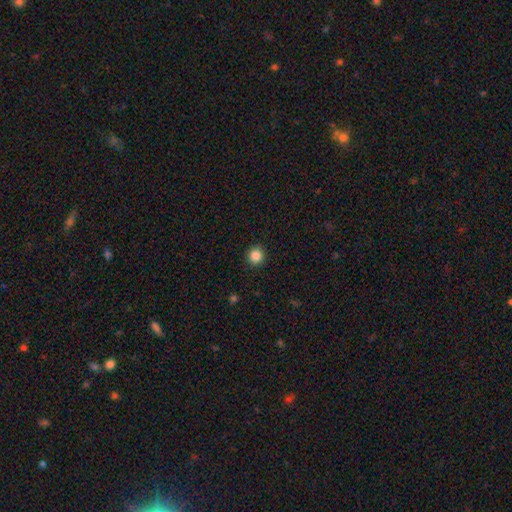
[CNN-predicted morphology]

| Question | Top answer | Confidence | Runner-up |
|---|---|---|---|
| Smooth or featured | smooth | 86% | star or artifact (11%) |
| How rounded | round | 92% | in between (7%) |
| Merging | none | 92% | minor disturbance (5%) |